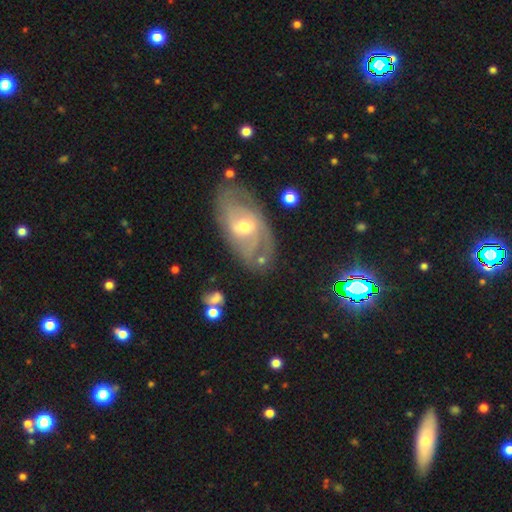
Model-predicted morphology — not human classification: type=featured or disk (74%); edge-on=no (93%); bar=weak (46%); spiral arms=yes (85%); winding=tight (46%); arm count=2 (43%); bulge=moderate (58%); merging=none (72%).